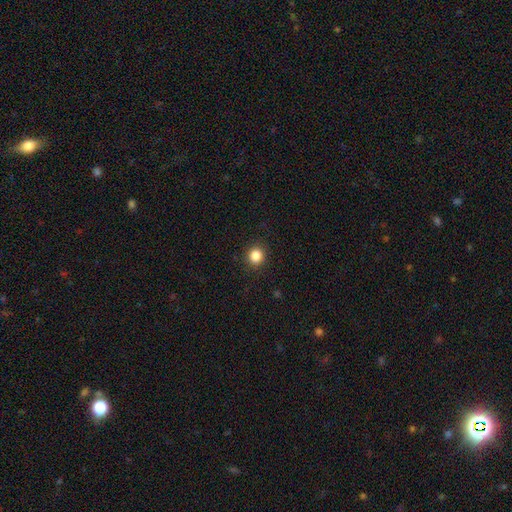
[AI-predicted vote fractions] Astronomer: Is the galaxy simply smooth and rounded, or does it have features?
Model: smooth — 85%.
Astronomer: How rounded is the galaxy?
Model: round — 89%.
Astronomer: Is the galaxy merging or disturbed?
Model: none — 91%.